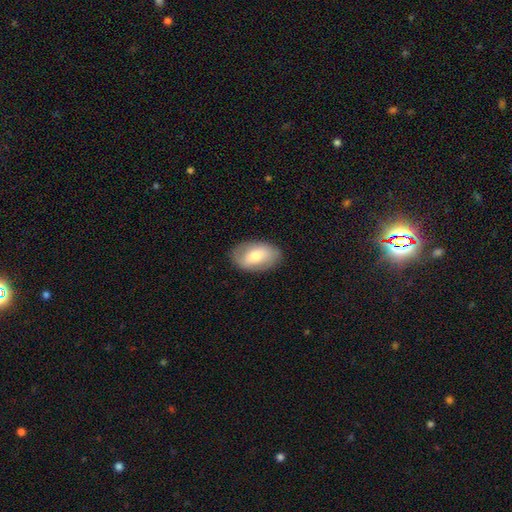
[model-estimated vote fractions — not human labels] This is possibly a smooth galaxy (59%). How rounded: clearly in between (92%). Merging: clearly none (83%).